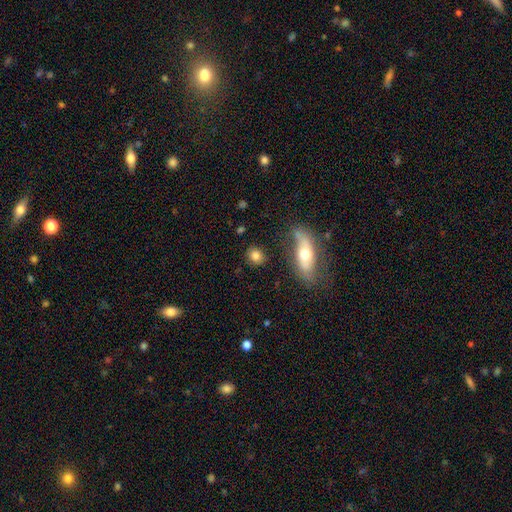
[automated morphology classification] This is likely a smooth galaxy (79%). How rounded: likely round (66%). Merging: clearly none (82%).